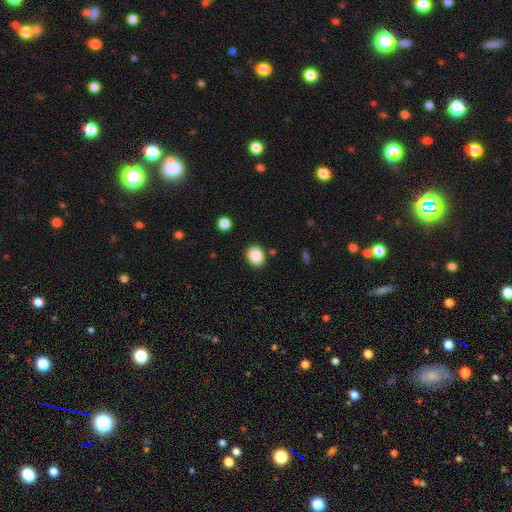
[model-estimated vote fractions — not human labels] Smooth or featured: smooth — 87% (star or artifact — 8%)
How rounded: round — 51% (in between — 48%)
Merging: none — 87% (minor disturbance — 8%)